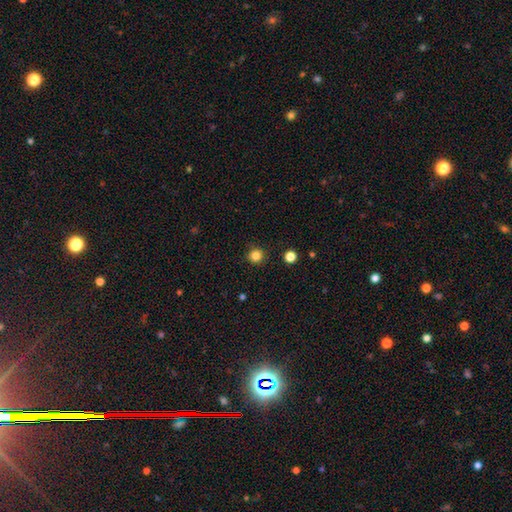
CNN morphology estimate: Smooth or featured?
  - smooth: 83% *
  - star or artifact: 13%
  - featured or disk: 4%
How rounded?
  - round: 95% *
  - in between: 4%
  - cigar-shaped: 1%
Merging?
  - none: 91% *
  - minor disturbance: 5%
  - major disturbance: 2%
  - merger: 1%